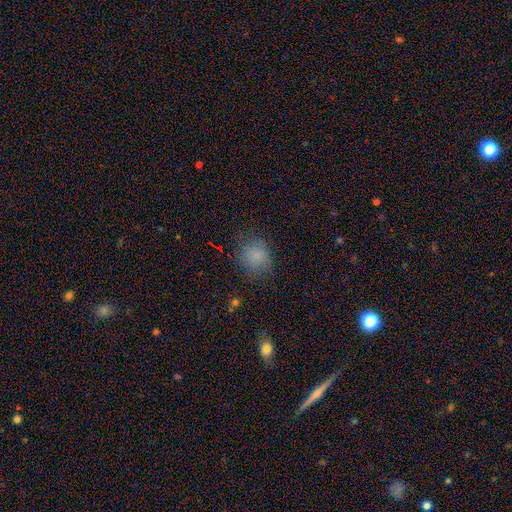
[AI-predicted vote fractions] Smooth or featured?
  - smooth: 81% *
  - star or artifact: 13%
  - featured or disk: 6%
How rounded?
  - round: 80% *
  - in between: 19%
  - cigar-shaped: 1%
Merging?
  - none: 78% *
  - minor disturbance: 15%
  - major disturbance: 6%
  - merger: 1%